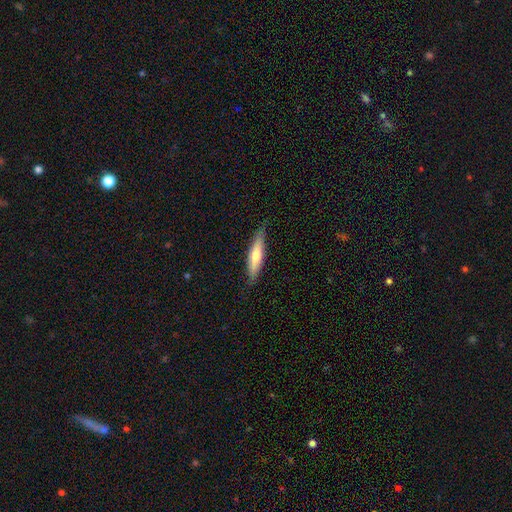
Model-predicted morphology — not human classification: A smooth galaxy with no disk features (58%) that is cigar-shaped (81%).

Vote fractions:
- Smooth or featured? smooth: 58% / featured or disk: 37% / star or artifact: 5%
- How rounded? cigar-shaped: 81% / in between: 17% / round: 1%
- Merging? none: 82% / minor disturbance: 15% / major disturbance: 2% / merger: 1%